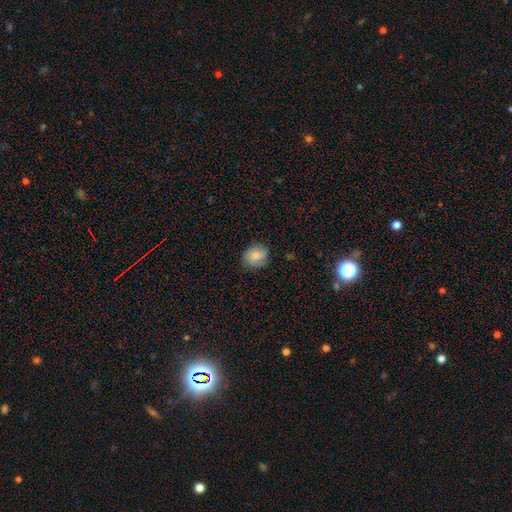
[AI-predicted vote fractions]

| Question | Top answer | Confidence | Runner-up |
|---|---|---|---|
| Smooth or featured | smooth | 82% | featured or disk (10%) |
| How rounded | round | 68% | in between (31%) |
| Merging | none | 79% | minor disturbance (16%) |